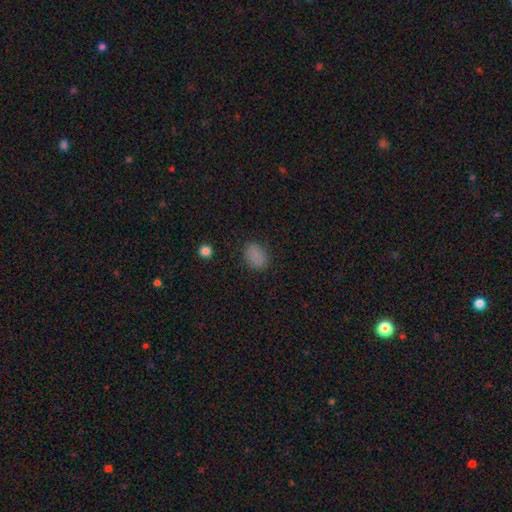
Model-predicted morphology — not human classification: smooth_or_featured: smooth (p=0.83) [alt: star or artifact p=0.12]
how_rounded: in between (p=0.74) [alt: round p=0.25]
merging: none (p=0.84) [alt: minor disturbance p=0.12]